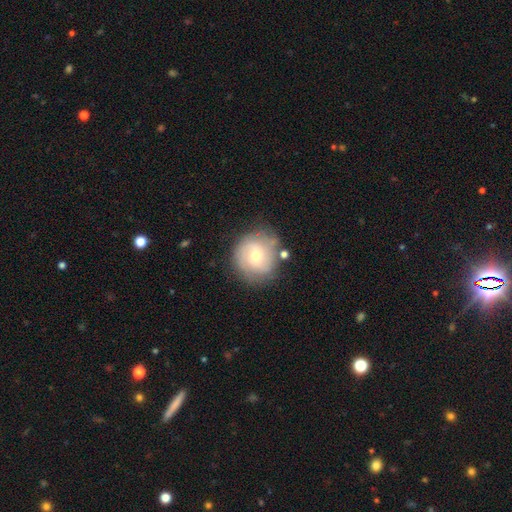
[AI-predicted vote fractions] smooth-or-featured: featured or disk: 54% | smooth: 38% | star or artifact: 8%
  disk-edge-on: no: 97% | yes: 3%
    bar: weak: 46% | no: 44% | strong: 10%
    has-spiral-arms: yes: 79% | no: 21%
    bulge-size: moderate: 54% | small: 41% | large: 3% | none: 1% | dominant: 1%
  merging: none: 68% | minor disturbance: 19% | major disturbance: 8% | merger: 5%